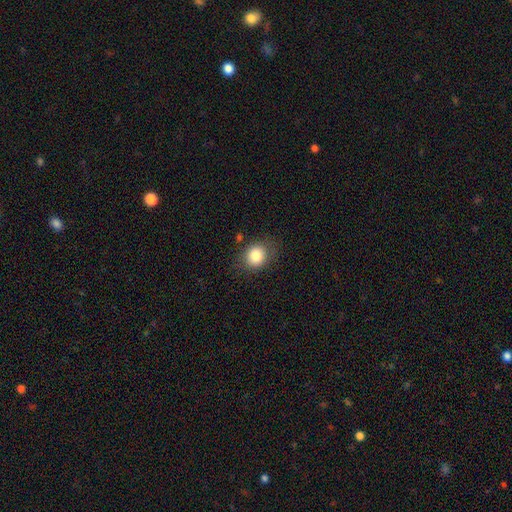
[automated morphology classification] Smooth or featured: smooth — 83% (star or artifact — 10%)
How rounded: round — 65% (in between — 34%)
Merging: none — 78% (minor disturbance — 15%)